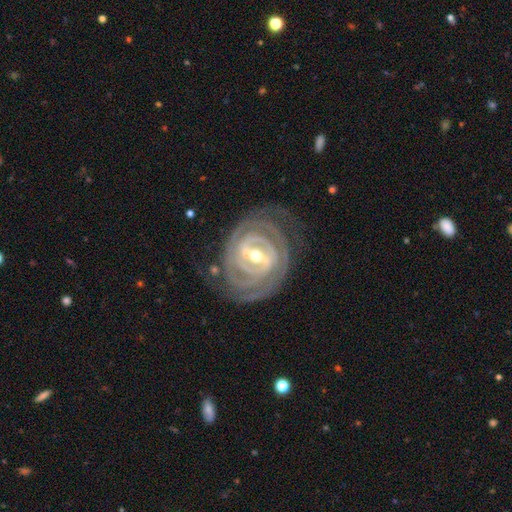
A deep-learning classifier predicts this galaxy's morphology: This is clearly a featured or disk galaxy (92%). It is clearly not viewed edge-on (96%). Bar: likely strong (63%). Spiral arm pattern: clearly yes (98%). Spiral arm count: marginally 2 (31%). Spiral winding: clearly tight (83%). Central bulge: possibly moderate (51%). Merging: likely none (77%).